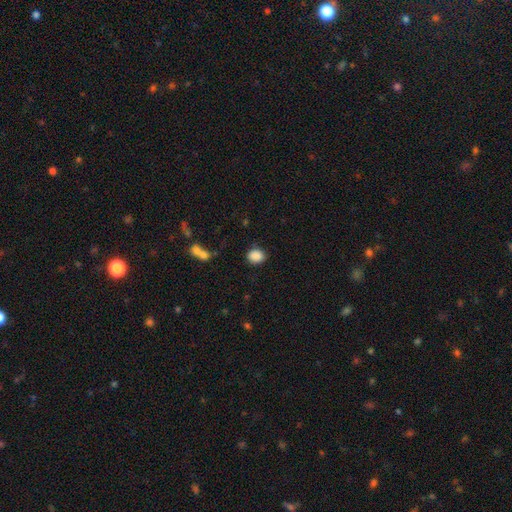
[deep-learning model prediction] Smooth or featured? smooth (88%)
How rounded? round (52%)
Merging? none (83%)